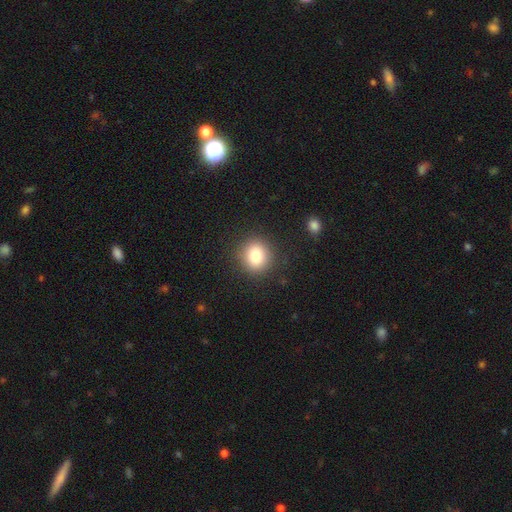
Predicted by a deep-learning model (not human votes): Smooth or featured? Predicted: smooth (p=0.82). How rounded? Predicted: round (p=0.82). Merging? Predicted: none (p=0.88).